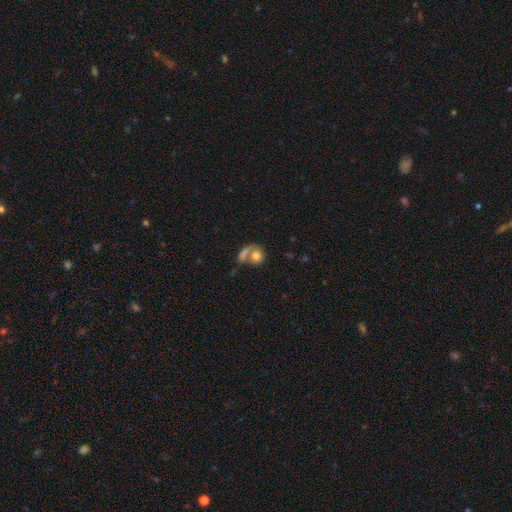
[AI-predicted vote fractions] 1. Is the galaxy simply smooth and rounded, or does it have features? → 74% smooth, 18% featured or disk, 9% star or artifact.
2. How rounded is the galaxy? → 67% round, 31% in between, 2% cigar-shaped.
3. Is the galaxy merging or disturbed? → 46% merger, 36% none, 9% minor disturbance, 9% major disturbance.